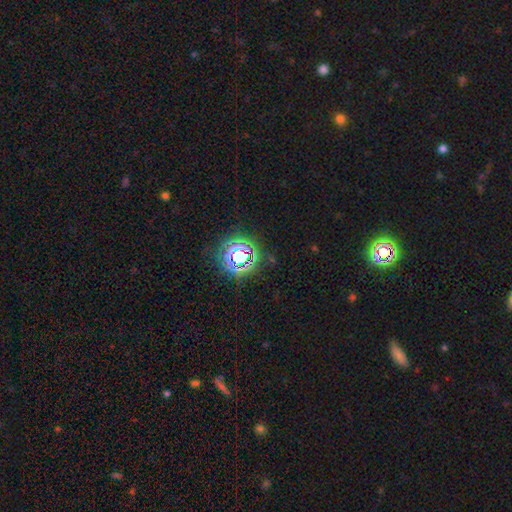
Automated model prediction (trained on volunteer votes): Smooth or featured? Predicted: star or artifact (p=0.78).